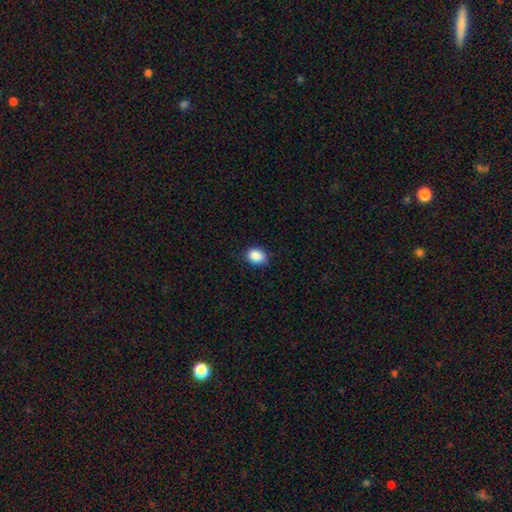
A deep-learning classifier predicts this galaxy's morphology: Smooth or featured? smooth (88%)
How rounded? in between (53%)
Merging? none (82%)